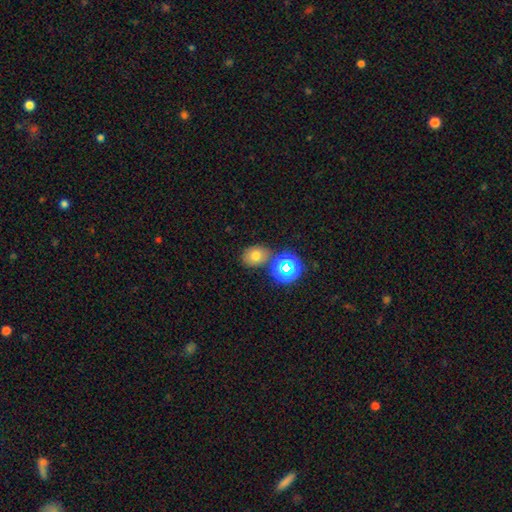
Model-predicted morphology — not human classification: This is likely a smooth galaxy (68%). How rounded: possibly in between (52%). Merging: likely none (72%).